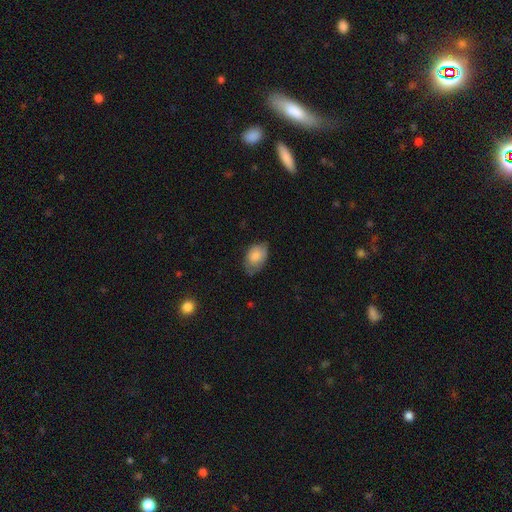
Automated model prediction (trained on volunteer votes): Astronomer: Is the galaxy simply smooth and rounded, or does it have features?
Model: smooth — 78%.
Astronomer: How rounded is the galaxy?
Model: in between — 86%.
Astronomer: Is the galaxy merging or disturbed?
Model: none — 57% (runner-up: minor disturbance, 34%).